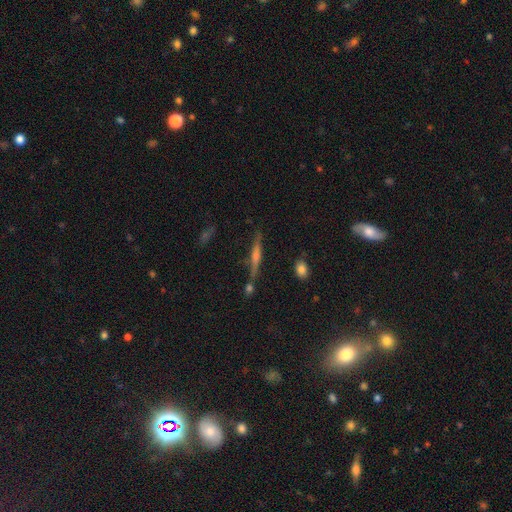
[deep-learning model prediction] smooth_or_featured: featured or disk (p=0.62) [alt: smooth p=0.26]
disk_edge_on: yes (p=0.95) [alt: no p=0.05]
edge_on_bulge: rounded (p=0.52) [alt: none p=0.26]
merging: none (p=0.75) [alt: minor disturbance p=0.13]